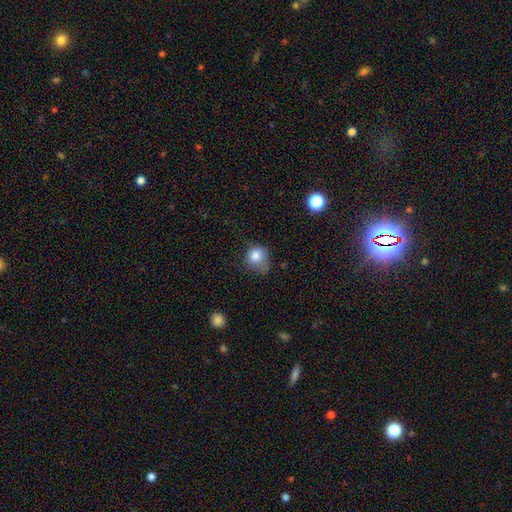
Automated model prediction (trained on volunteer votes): This is clearly a smooth galaxy (81%). How rounded: likely round (73%). Merging: marginally none (39%).